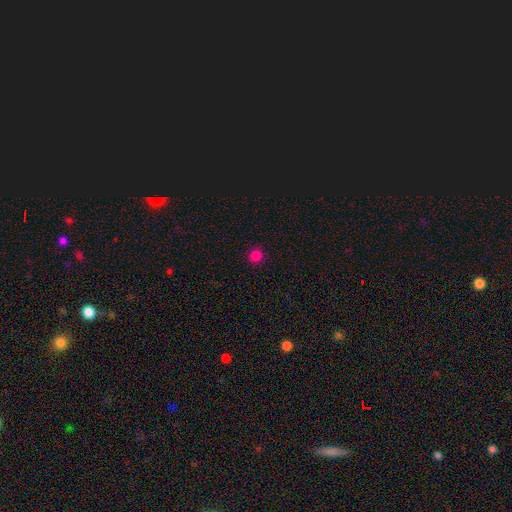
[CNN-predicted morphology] type=smooth (82%); roundness=round (94%); merging=none (93%).